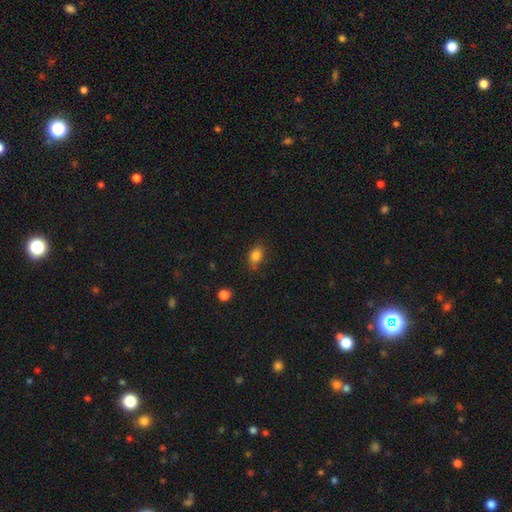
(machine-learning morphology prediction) Q: Smooth or featured?
A: smooth (83%); runner-up: star or artifact (10%)
Q: How rounded?
A: in between (74%); runner-up: round (25%)
Q: Merging?
A: none (73%); runner-up: minor disturbance (20%)